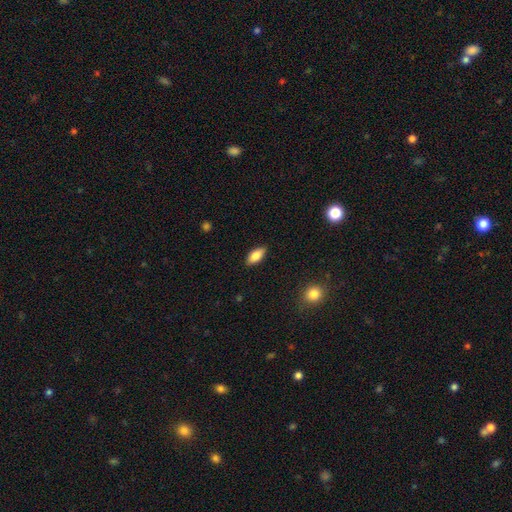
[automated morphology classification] smooth 81%, featured or disk 12%, star or artifact 7%. Down the decision tree: how rounded — in between (86%); merging — none (87%).